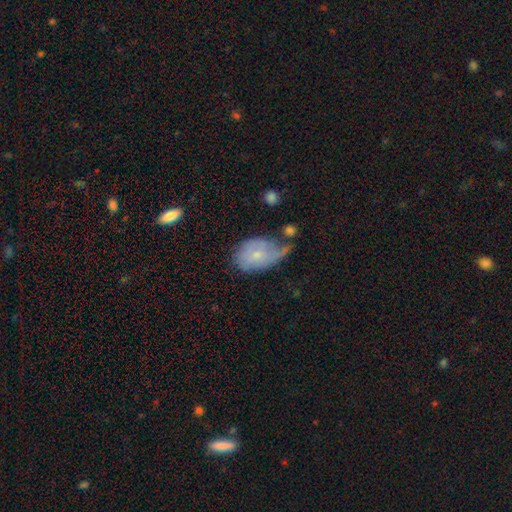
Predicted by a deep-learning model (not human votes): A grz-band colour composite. It shows a smooth galaxy with no disk features (54%) that is in between round and cigar-shaped (80%). Merging: minor disturbance (36%).